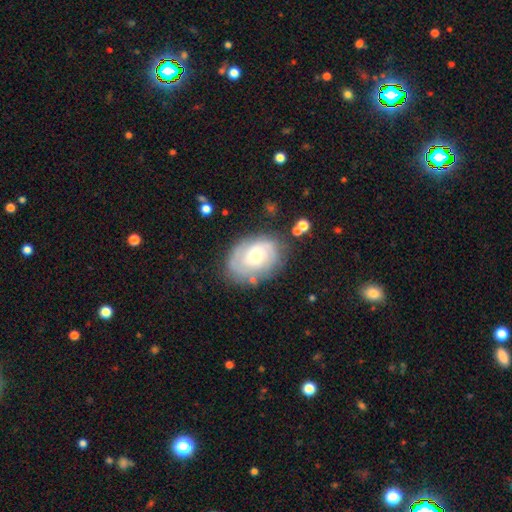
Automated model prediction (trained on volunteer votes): Smooth or featured? Predicted: featured or disk (p=0.60). Edge-on disk? Predicted: no (p=0.96). Bar? Predicted: no (p=0.68). Spiral arms? Predicted: yes (p=0.80). Bulge size? Predicted: moderate (p=0.58). Merging? Predicted: none (p=0.71).